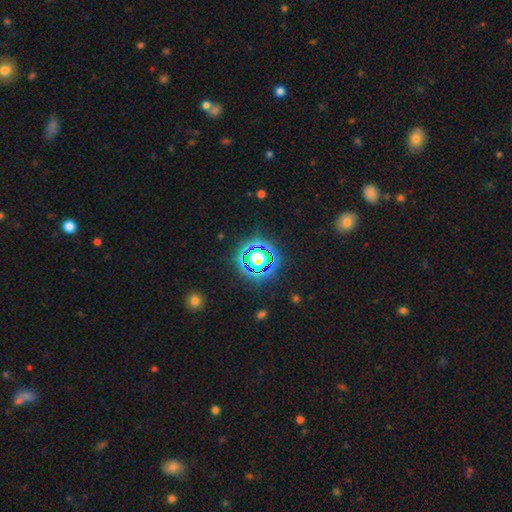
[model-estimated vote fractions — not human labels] star or artifact 71%, smooth 18%, featured or disk 11%.